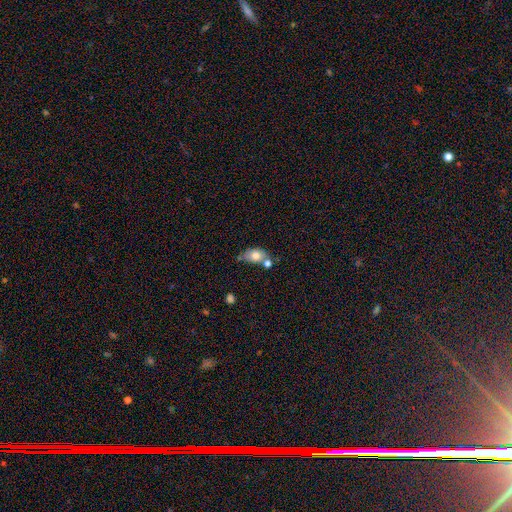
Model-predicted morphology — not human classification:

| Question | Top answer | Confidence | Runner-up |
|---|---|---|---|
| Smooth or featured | smooth | 75% | featured or disk (17%) |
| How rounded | in between | 82% | round (15%) |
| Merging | none | 45% | merger (29%) |